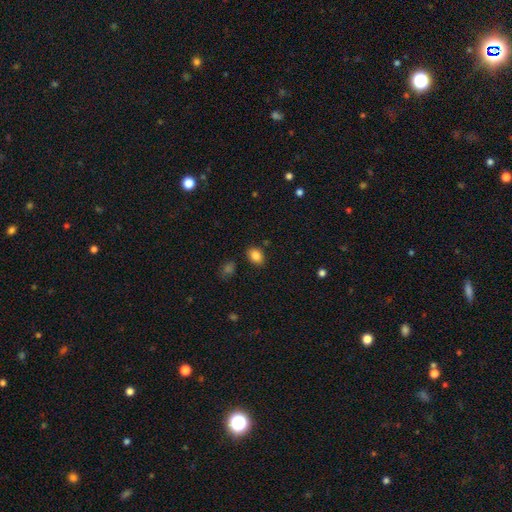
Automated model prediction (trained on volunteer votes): Q: Smooth or featured?
A: smooth (85%); runner-up: star or artifact (10%)
Q: How rounded?
A: in between (62%); runner-up: round (37%)
Q: Merging?
A: none (83%); runner-up: minor disturbance (11%)